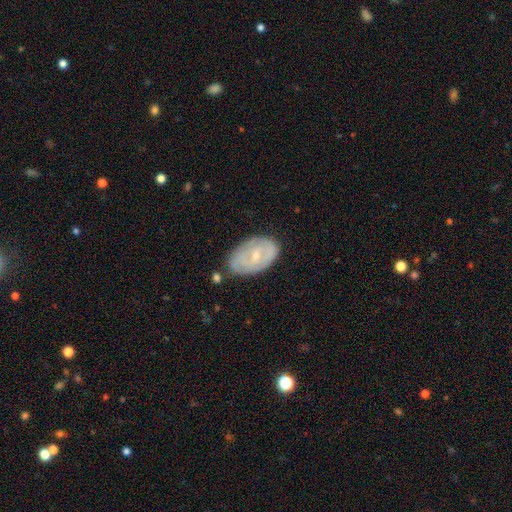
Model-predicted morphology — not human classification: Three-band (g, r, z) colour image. It shows a featured or disk galaxy (62%) with no bar (51%), spiral arms (61%) and a small central bulge (69%). Merging: none (69%).